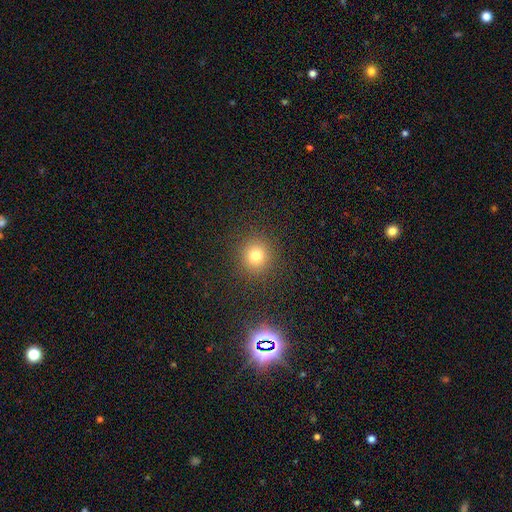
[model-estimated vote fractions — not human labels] Morphology: type=smooth (76%); roundness=round (93%); merging=none (90%).